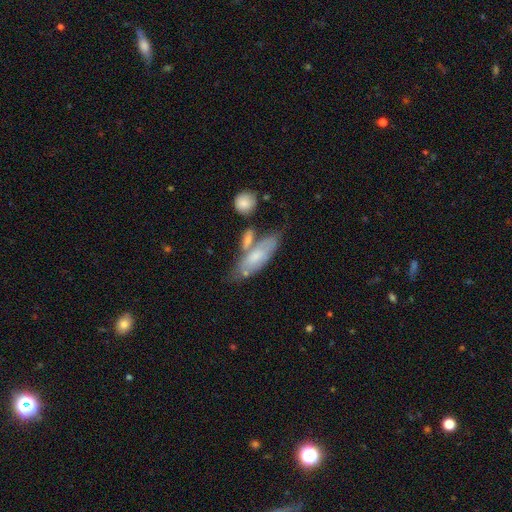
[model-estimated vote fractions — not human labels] Smooth or featured: smooth — 55% (featured or disk — 38%)
How rounded: in between — 69% (cigar-shaped — 28%)
Merging: none — 45% (merger — 26%)